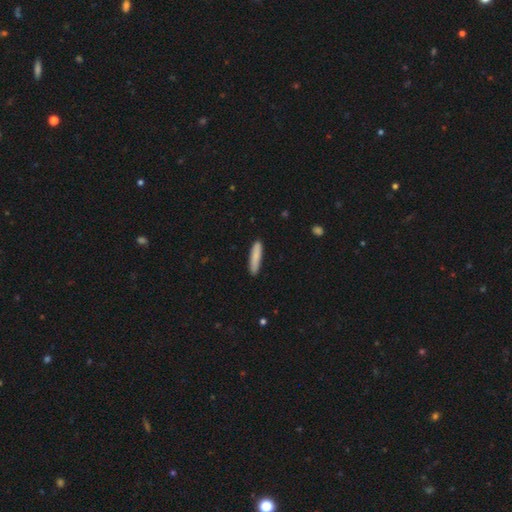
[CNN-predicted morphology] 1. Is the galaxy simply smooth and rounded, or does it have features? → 83% smooth, 12% featured or disk, 6% star or artifact.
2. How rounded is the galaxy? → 85% cigar-shaped, 14% in between, 1% round.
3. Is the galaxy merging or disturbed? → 88% none, 10% minor disturbance, 2% major disturbance, 1% merger.